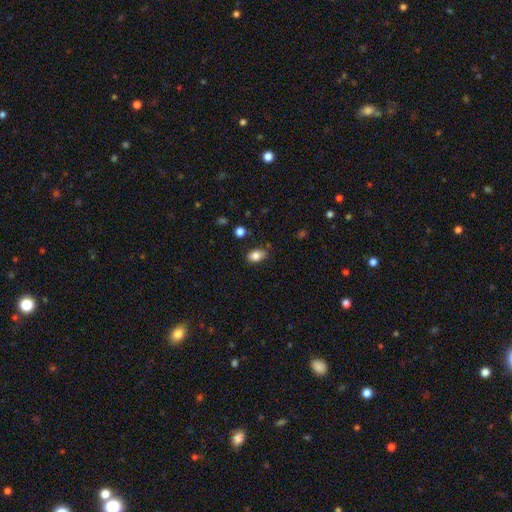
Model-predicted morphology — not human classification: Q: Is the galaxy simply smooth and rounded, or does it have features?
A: smooth — 84%.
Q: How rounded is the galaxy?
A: in between — 81%.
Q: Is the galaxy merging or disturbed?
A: none — 75%.